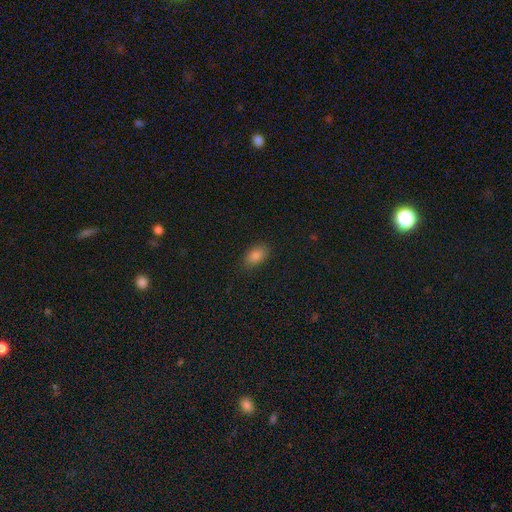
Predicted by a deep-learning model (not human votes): smooth_or_featured: smooth (p=0.84) [alt: star or artifact p=0.10]
how_rounded: in between (p=0.90) [alt: round p=0.07]
merging: none (p=0.85) [alt: minor disturbance p=0.12]